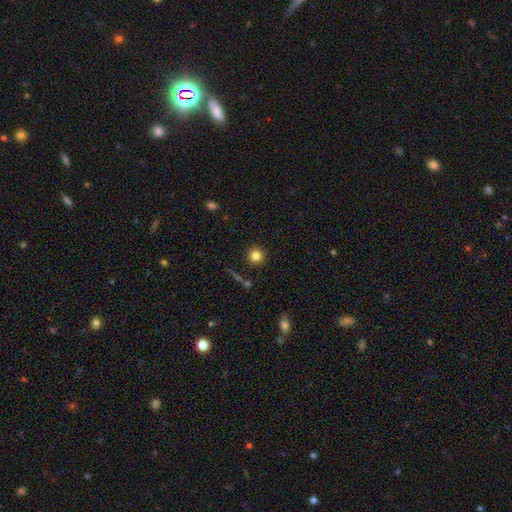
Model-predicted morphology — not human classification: smooth-or-featured: smooth: 82% | star or artifact: 11% | featured or disk: 7%
  how-rounded: round: 94% | in between: 5% | cigar-shaped: 1%
  merging: none: 88% | minor disturbance: 6% | merger: 3% | major disturbance: 2%